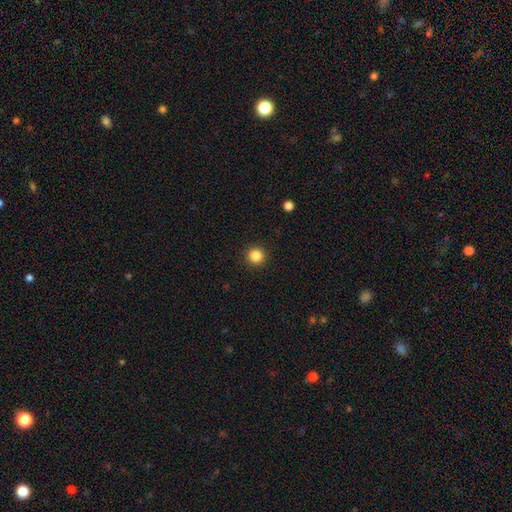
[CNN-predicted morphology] Smooth or featured? Predicted: smooth (p=0.85). How rounded? Predicted: round (p=0.95). Merging? Predicted: none (p=0.92).